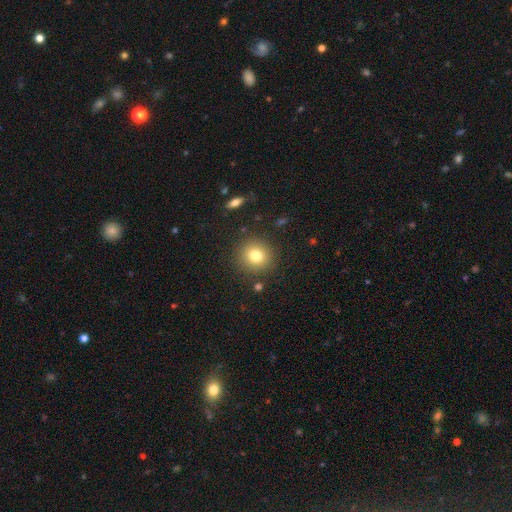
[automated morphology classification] This appears to be a smooth galaxy with no disk features (79%) that is round (88%). Merging: none (87%).